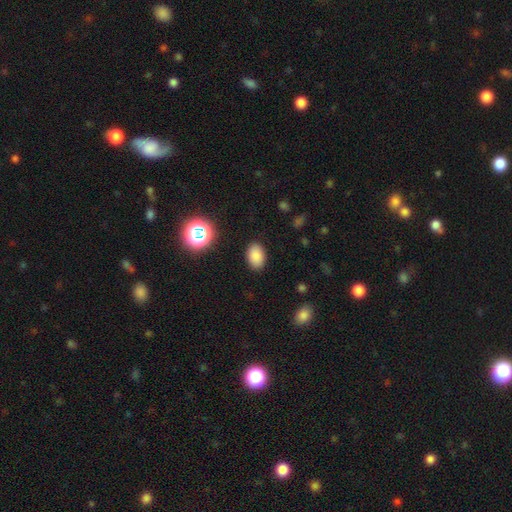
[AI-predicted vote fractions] Morphology: type=smooth (83%); roundness=in between (84%); merging=none (87%).